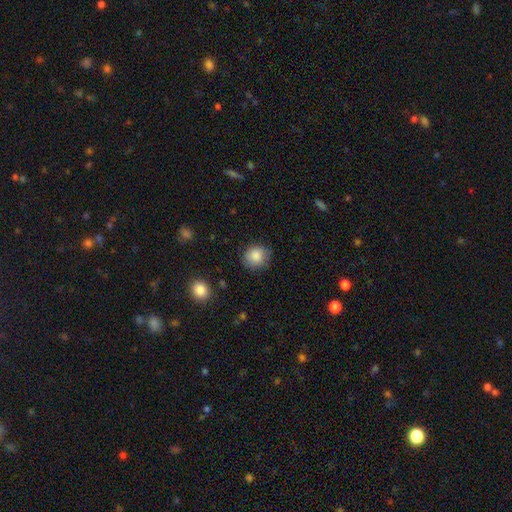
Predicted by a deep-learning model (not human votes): A smooth galaxy with no disk features (85%) that is round (71%).

Vote fractions:
- Smooth or featured? smooth: 85% / star or artifact: 8% / featured or disk: 7%
- How rounded? round: 71% / in between: 28% / cigar-shaped: 1%
- Merging? none: 78% / minor disturbance: 17% / major disturbance: 4% / merger: 1%